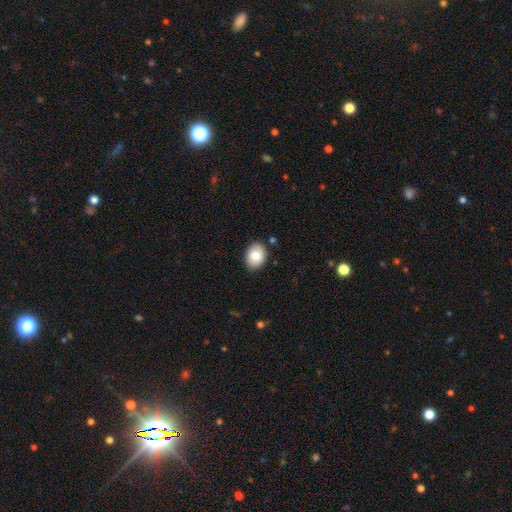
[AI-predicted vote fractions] smooth_or_featured: smooth (p=0.82) [alt: featured or disk p=0.10]
how_rounded: in between (p=0.70) [alt: round p=0.29]
merging: none (p=0.86) [alt: minor disturbance p=0.10]